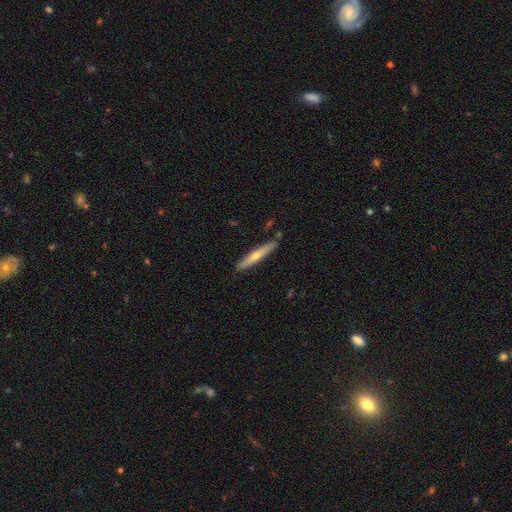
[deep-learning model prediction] Smooth or featured? featured or disk (48%)
Merging? none (86%)